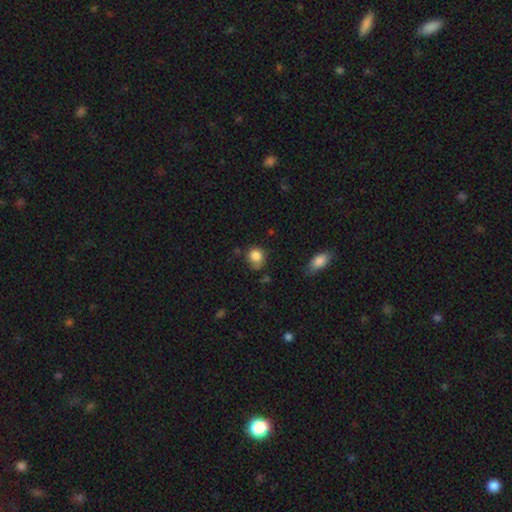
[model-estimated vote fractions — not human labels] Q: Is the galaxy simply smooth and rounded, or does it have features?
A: smooth — 83%.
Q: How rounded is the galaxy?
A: round — 75%.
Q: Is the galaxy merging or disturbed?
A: none — 55%.